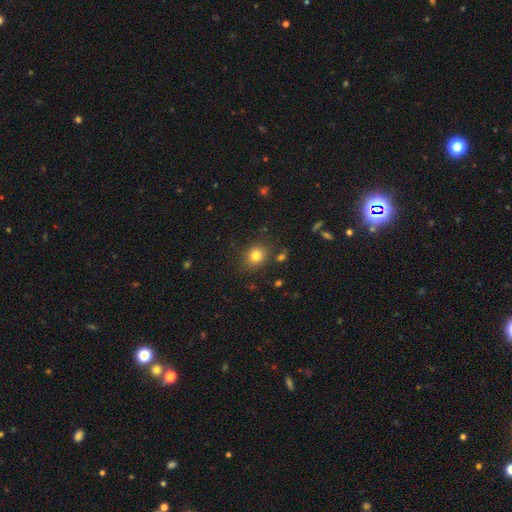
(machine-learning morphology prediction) Smooth or featured?
  - smooth: 81% *
  - star or artifact: 13%
  - featured or disk: 7%
How rounded?
  - round: 71% *
  - in between: 28%
  - cigar-shaped: 1%
Merging?
  - none: 84% *
  - minor disturbance: 10%
  - merger: 3%
  - major disturbance: 3%